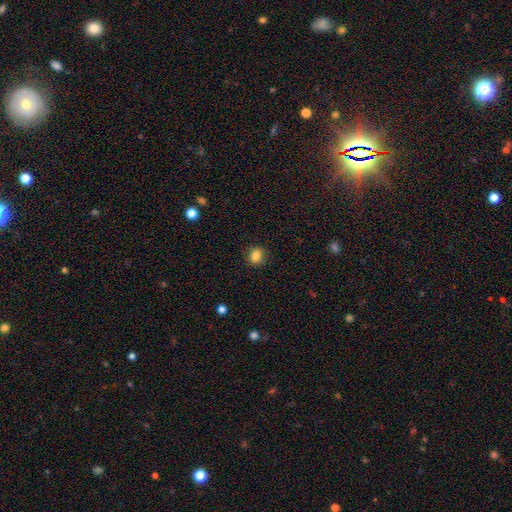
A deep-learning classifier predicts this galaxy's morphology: smooth-or-featured: smooth: 85% | star or artifact: 11% | featured or disk: 5%
  how-rounded: round: 62% | in between: 37% | cigar-shaped: 1%
  merging: none: 87% | minor disturbance: 9% | major disturbance: 3% | merger: 1%